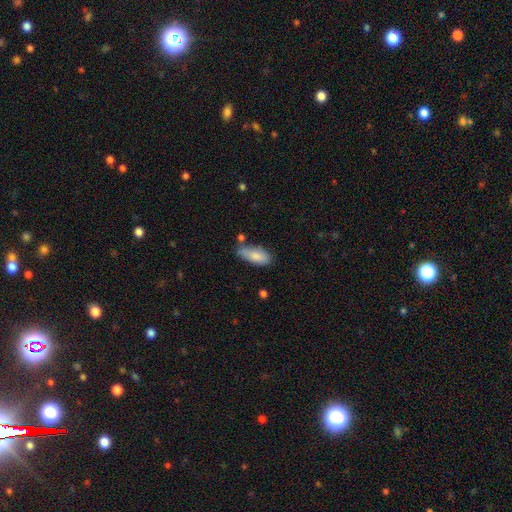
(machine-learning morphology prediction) This appears to be a smooth galaxy with no disk features (82%) that is in between round and cigar-shaped (81%). Merging: none (57%).